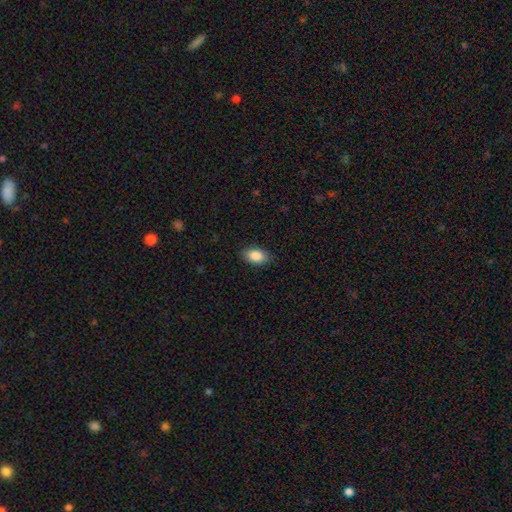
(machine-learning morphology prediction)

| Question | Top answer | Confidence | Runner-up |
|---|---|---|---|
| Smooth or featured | smooth | 88% | star or artifact (7%) |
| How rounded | in between | 89% | round (10%) |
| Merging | none | 87% | minor disturbance (10%) |